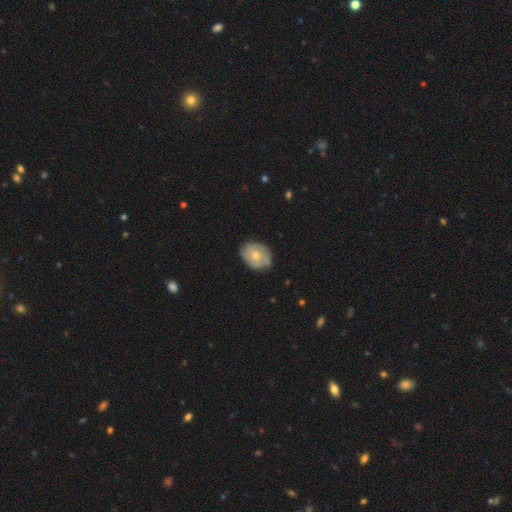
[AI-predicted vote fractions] This is possibly a featured or disk galaxy (48%). Merging: likely none (71%).